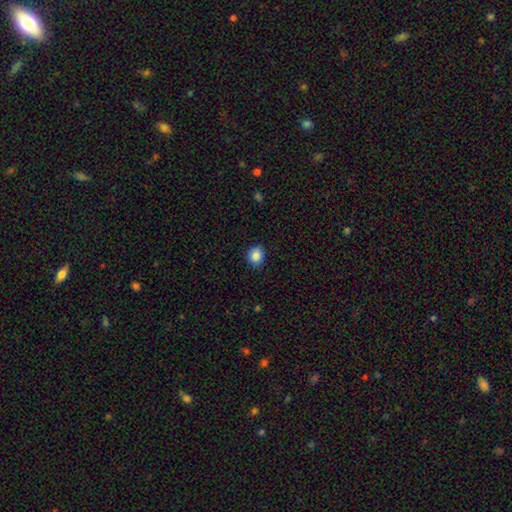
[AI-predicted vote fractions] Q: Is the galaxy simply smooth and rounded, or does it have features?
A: smooth — 85%.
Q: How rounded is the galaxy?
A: round — 78%.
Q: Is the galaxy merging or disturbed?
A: none — 89%.